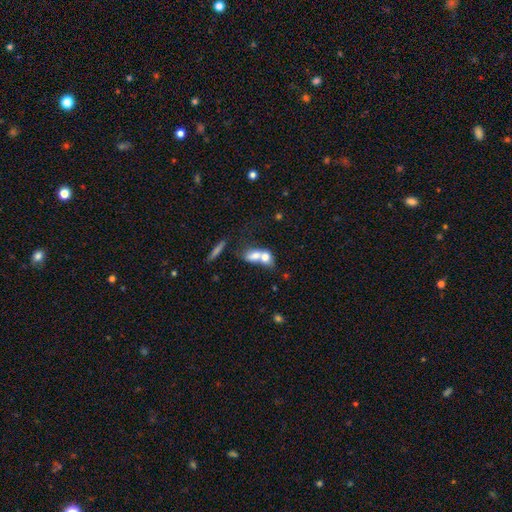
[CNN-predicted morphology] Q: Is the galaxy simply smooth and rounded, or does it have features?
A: smooth — 68%.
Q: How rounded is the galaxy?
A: in between — 61%.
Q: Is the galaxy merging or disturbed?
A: merger — 75%.